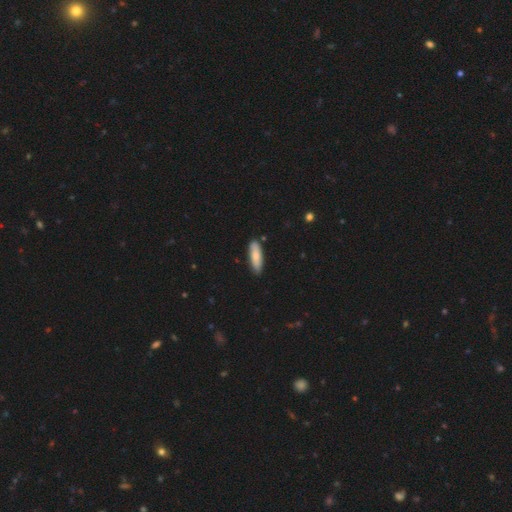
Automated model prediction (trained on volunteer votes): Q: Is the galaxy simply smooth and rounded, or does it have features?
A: smooth — 80%.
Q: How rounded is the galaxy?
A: cigar-shaped — 56%.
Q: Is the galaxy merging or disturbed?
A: none — 85%.